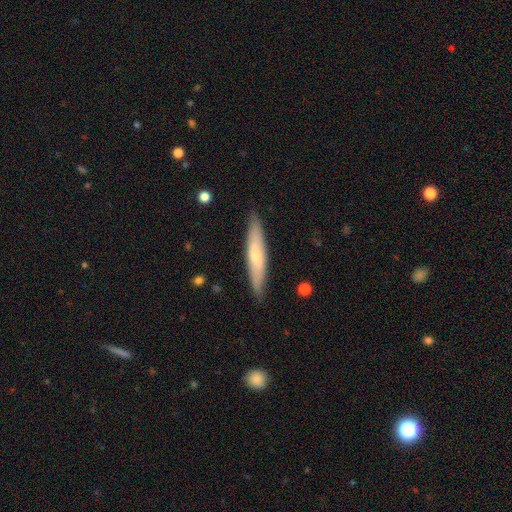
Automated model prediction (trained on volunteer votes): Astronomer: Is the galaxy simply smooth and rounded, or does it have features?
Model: smooth — 56% (runner-up: featured or disk, 39%).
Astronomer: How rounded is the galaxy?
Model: cigar-shaped — 87%.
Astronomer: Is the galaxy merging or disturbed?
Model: none — 87%.